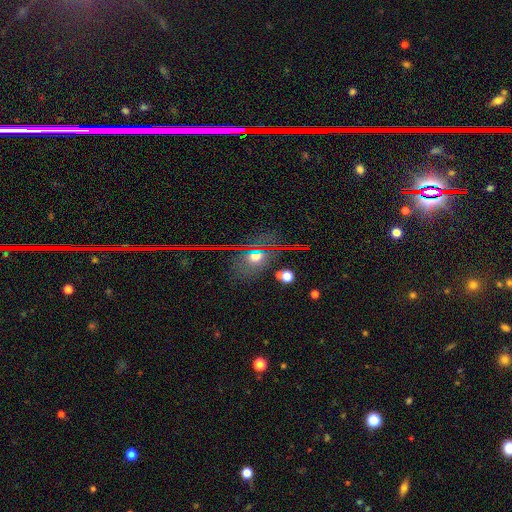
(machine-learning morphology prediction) type=smooth (48%); merging=none (75%).